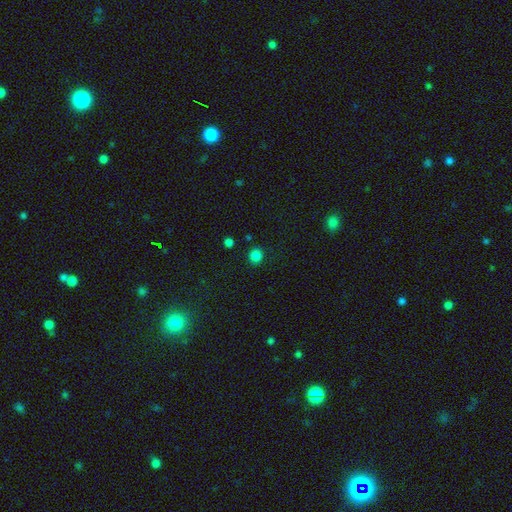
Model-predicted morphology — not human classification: The model was most divided on "how rounded": round: 81%, in between: 18%, cigar-shaped: 1%. More confident: merging — none (87%); smooth or featured — smooth (83%).